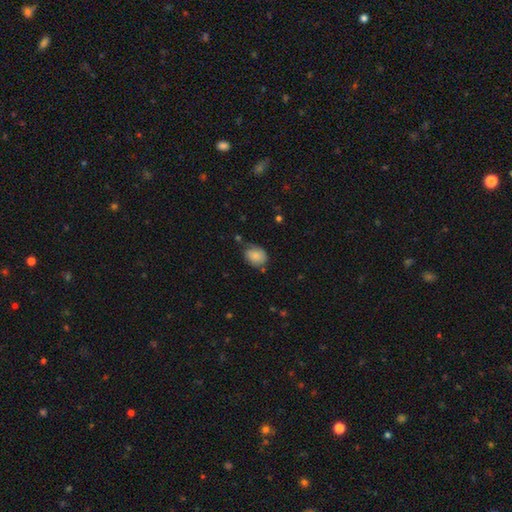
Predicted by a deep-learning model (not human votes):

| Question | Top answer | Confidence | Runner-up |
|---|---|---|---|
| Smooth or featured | smooth | 83% | featured or disk (9%) |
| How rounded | in between | 61% | round (38%) |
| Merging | none | 62% | minor disturbance (27%) |